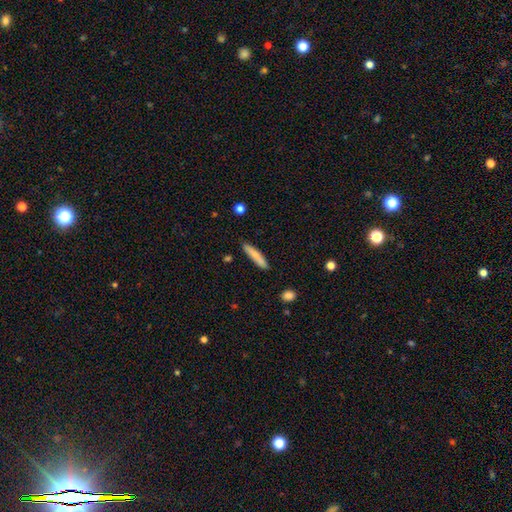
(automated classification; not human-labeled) This is likely a smooth galaxy (78%). How rounded: clearly cigar-shaped (88%). Merging: clearly none (86%).